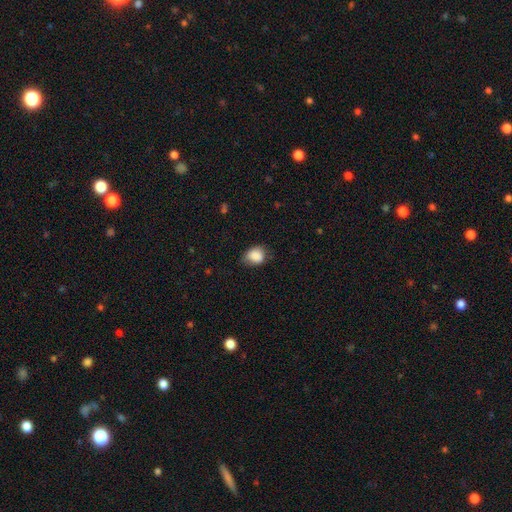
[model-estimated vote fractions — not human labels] A smooth galaxy with no disk features (87%) that is in between round and cigar-shaped (52%). Merging: none (63%).